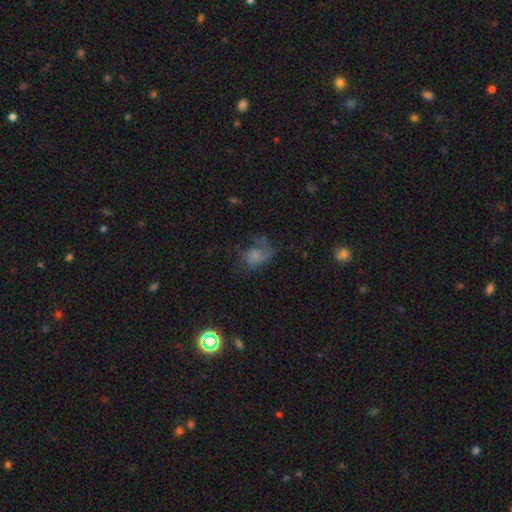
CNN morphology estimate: Overall: smooth (46%; featured or disk 41%). Merging: major disturbance (39%; none 35%).